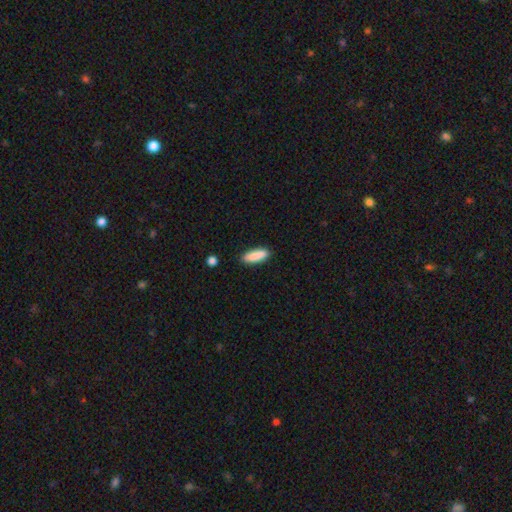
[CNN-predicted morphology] Smooth or featured?
  - smooth: 89% *
  - star or artifact: 6%
  - featured or disk: 5%
How rounded?
  - in between: 55% *
  - cigar-shaped: 43%
  - round: 2%
Merging?
  - none: 86% *
  - minor disturbance: 10%
  - major disturbance: 2%
  - merger: 2%